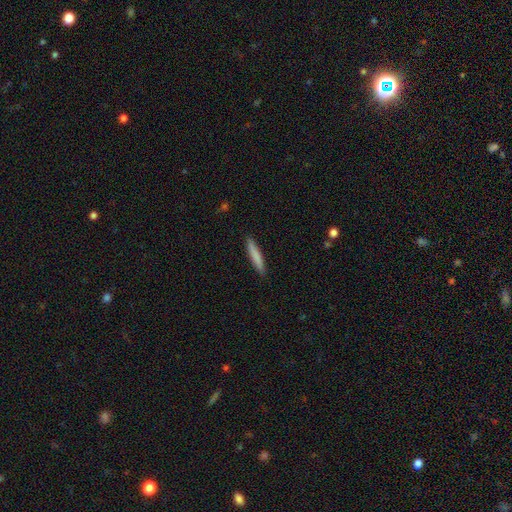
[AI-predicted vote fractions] Smooth or featured? Predicted: smooth (p=0.80). How rounded? Predicted: cigar-shaped (p=0.93). Merging? Predicted: none (p=0.90).